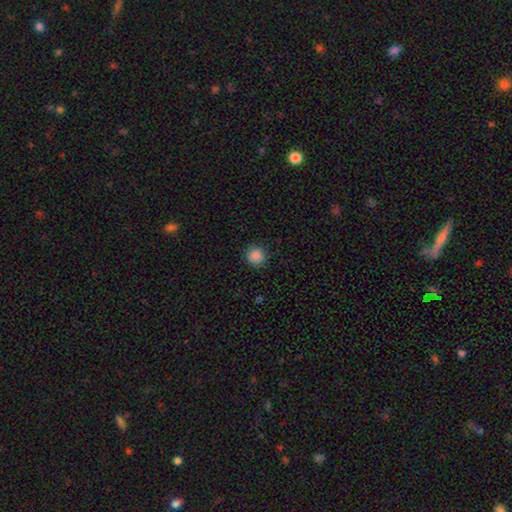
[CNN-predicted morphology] Overall: smooth (86%). How rounded: round (93%). Merging: none (91%).